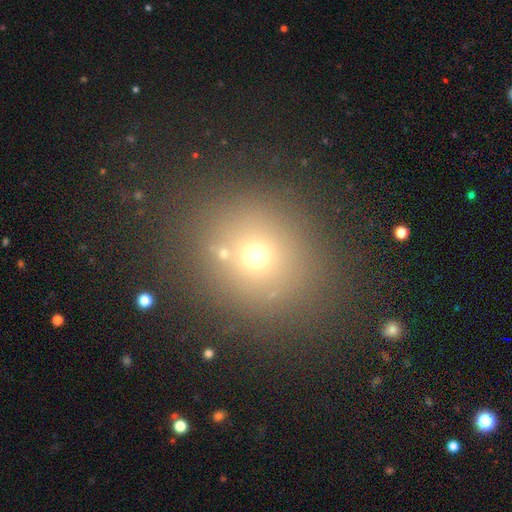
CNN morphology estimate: smooth-or-featured: smooth: 63% | star or artifact: 26% | featured or disk: 10%
  how-rounded: round: 78% | in between: 21% | cigar-shaped: 1%
  merging: none: 80% | minor disturbance: 9% | merger: 6% | major disturbance: 5%